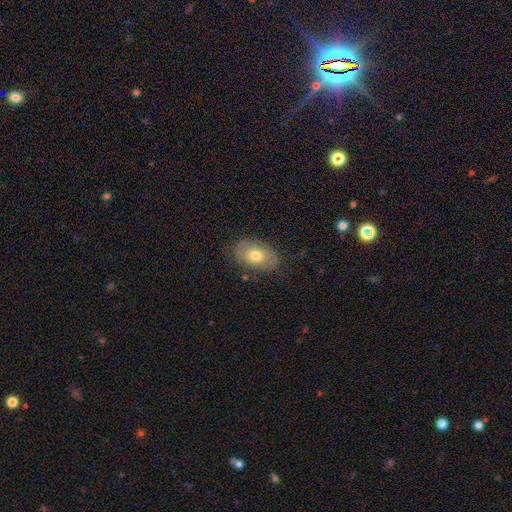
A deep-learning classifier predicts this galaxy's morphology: Q: Smooth or featured?
A: smooth (64%); runner-up: featured or disk (29%)
Q: How rounded?
A: in between (90%); runner-up: round (8%)
Q: Merging?
A: none (79%); runner-up: minor disturbance (16%)